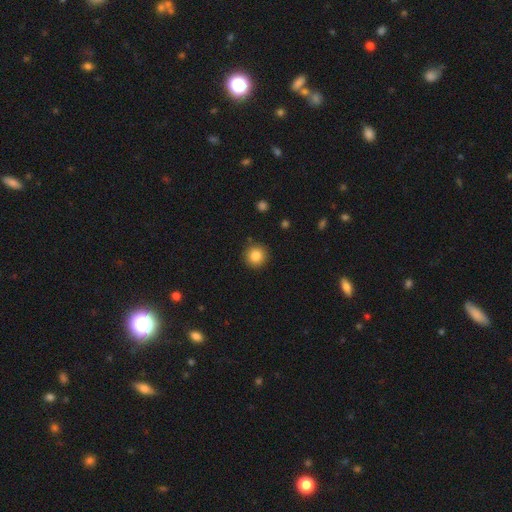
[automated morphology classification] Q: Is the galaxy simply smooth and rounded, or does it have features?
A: smooth — 83%.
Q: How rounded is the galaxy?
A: round — 95%.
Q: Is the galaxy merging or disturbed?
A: none — 91%.